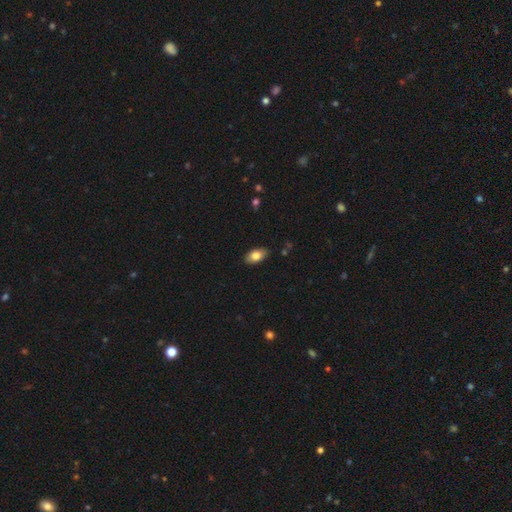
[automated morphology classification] smooth_or_featured: smooth (p=0.81) [alt: featured or disk p=0.12]
how_rounded: in between (p=0.93) [alt: round p=0.04]
merging: none (p=0.86) [alt: minor disturbance p=0.10]